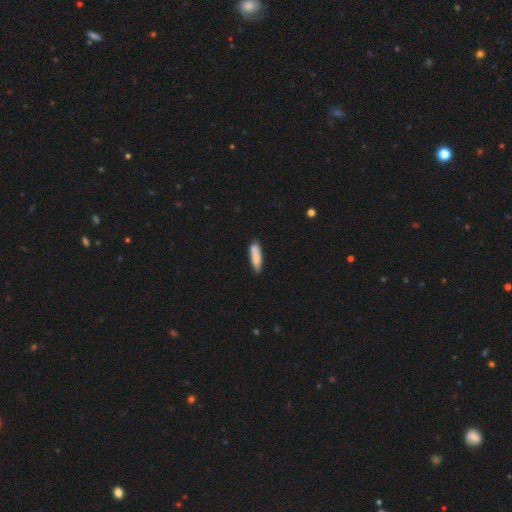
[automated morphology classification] Smooth or featured? Predicted: smooth (p=0.84). How rounded? Predicted: cigar-shaped (p=0.69). Merging? Predicted: none (p=0.76).